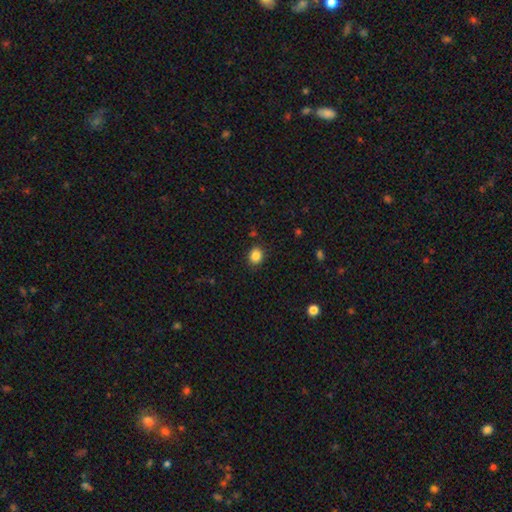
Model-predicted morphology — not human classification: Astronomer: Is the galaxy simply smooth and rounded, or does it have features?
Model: smooth — 85%.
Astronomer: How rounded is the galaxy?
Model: round — 66%.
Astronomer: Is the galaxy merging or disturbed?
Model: none — 86%.